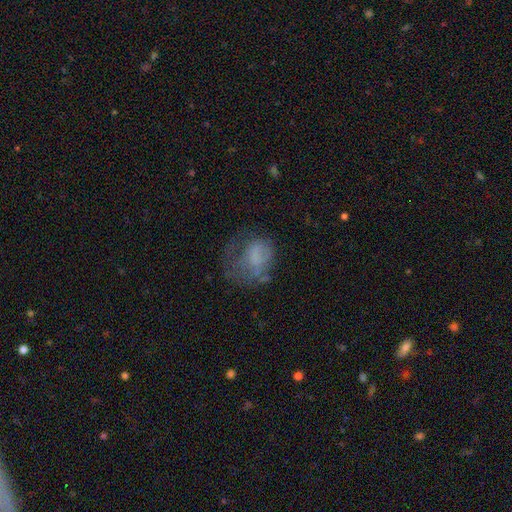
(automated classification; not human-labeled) smooth 53%, featured or disk 33%, star or artifact 14%. Down the decision tree: how rounded — in between (55%); merging — major disturbance (46%).